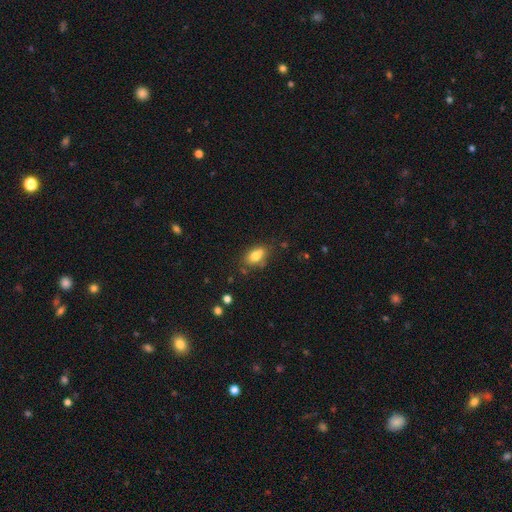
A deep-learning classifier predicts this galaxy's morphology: The model was most divided on "merging": none: 67%, minor disturbance: 21%, merger: 6%, major disturbance: 5%. More confident: how rounded — in between (84%); smooth or featured — smooth (78%).